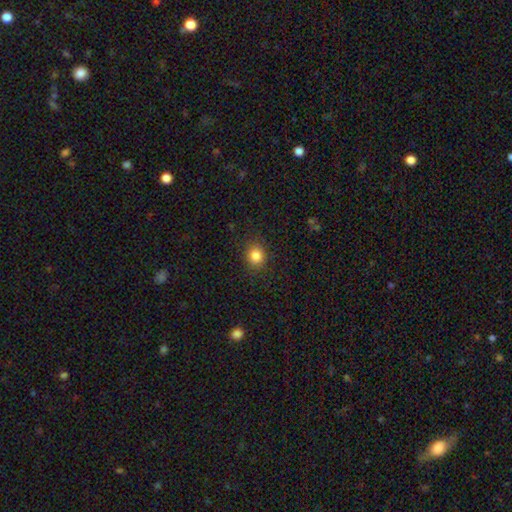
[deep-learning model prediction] smooth_or_featured: smooth (p=0.84) [alt: star or artifact p=0.11]
how_rounded: round (p=0.78) [alt: in between p=0.21]
merging: none (p=0.88) [alt: minor disturbance p=0.08]